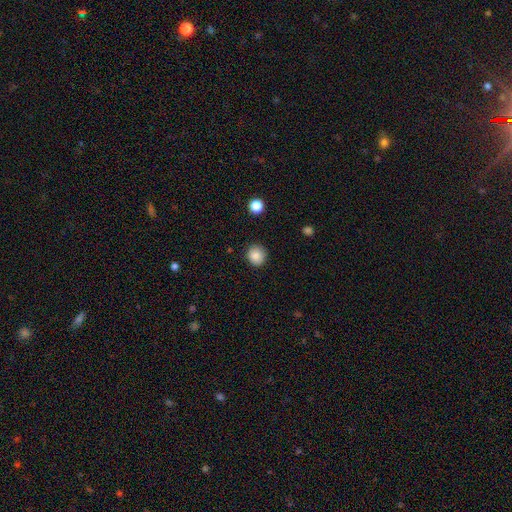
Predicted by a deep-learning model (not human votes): A smooth galaxy with no disk features (85%) that is round (90%).

Vote fractions:
- Smooth or featured? smooth: 85% / star or artifact: 9% / featured or disk: 6%
- How rounded? round: 90% / in between: 9% / cigar-shaped: 1%
- Merging? none: 89% / minor disturbance: 7% / major disturbance: 2% / merger: 1%